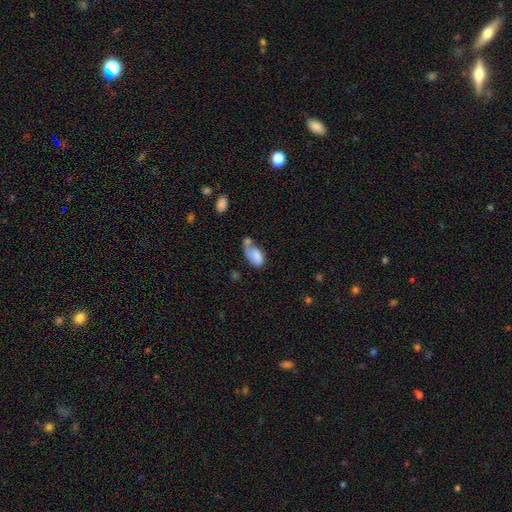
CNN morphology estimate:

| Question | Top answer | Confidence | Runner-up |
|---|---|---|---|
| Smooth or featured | smooth | 68% | featured or disk (24%) |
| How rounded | in between | 90% | round (6%) |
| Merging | merger | 33% | major disturbance (26%) |